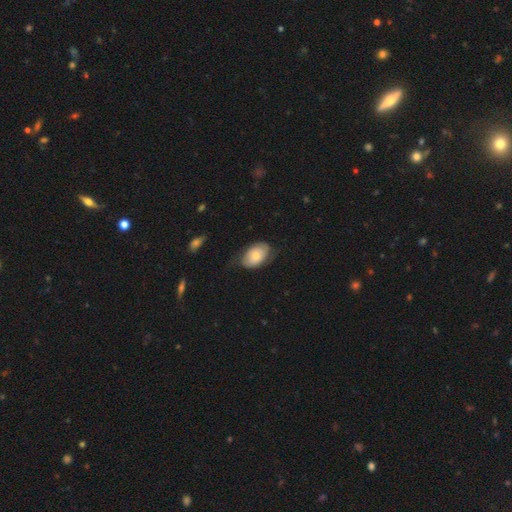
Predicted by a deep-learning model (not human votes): This is possibly a smooth galaxy (57%). How rounded: clearly in between (88%). Merging: possibly none (59%).